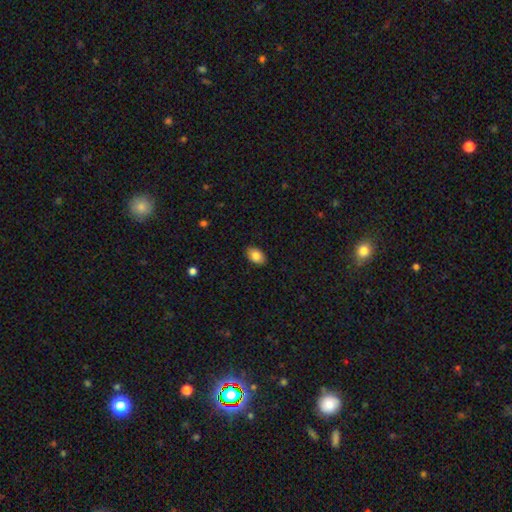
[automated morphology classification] Smooth or featured: smooth — 84% (featured or disk — 8%)
How rounded: in between — 87% (round — 12%)
Merging: none — 88% (minor disturbance — 9%)